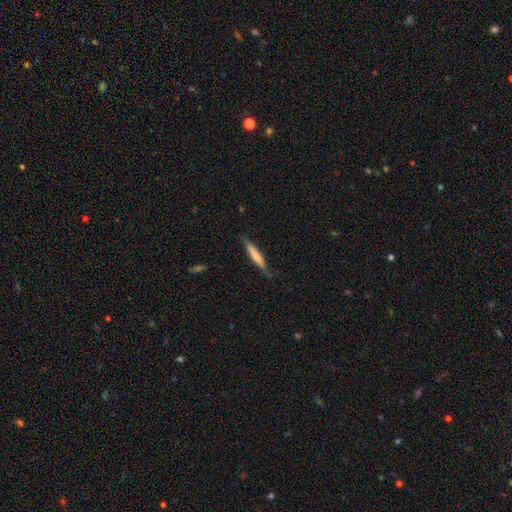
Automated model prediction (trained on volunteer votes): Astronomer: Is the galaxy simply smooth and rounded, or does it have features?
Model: smooth — 59% (runner-up: featured or disk, 35%).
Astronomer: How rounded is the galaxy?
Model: cigar-shaped — 93%.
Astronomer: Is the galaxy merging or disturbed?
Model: none — 80%.